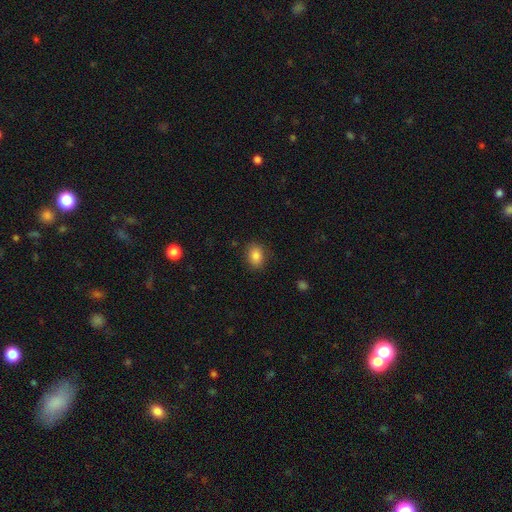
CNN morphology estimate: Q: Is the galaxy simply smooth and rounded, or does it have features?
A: smooth — 85%.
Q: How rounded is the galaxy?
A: in between — 61%.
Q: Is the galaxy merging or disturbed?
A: none — 86%.